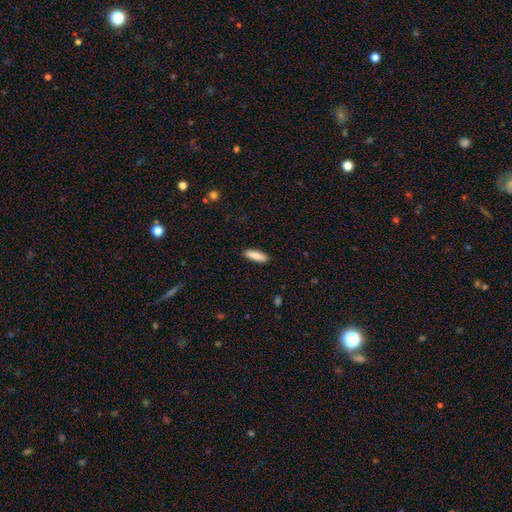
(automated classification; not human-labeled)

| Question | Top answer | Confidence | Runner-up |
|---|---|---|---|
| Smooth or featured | smooth | 86% | featured or disk (8%) |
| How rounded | cigar-shaped | 60% | in between (39%) |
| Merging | none | 89% | minor disturbance (8%) |